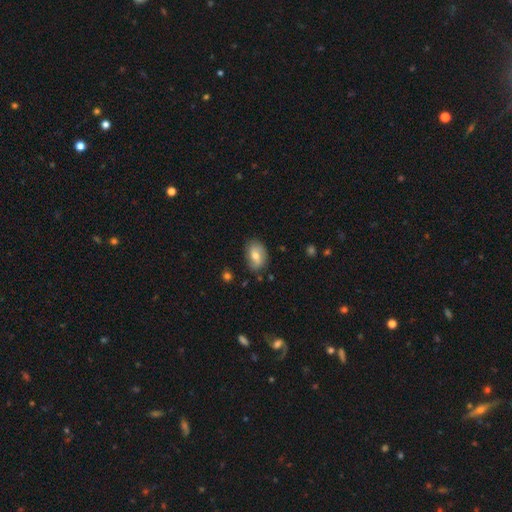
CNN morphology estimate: Q: Smooth or featured?
A: smooth (57%); runner-up: featured or disk (36%)
Q: How rounded?
A: in between (78%); runner-up: round (21%)
Q: Merging?
A: none (72%); runner-up: minor disturbance (22%)